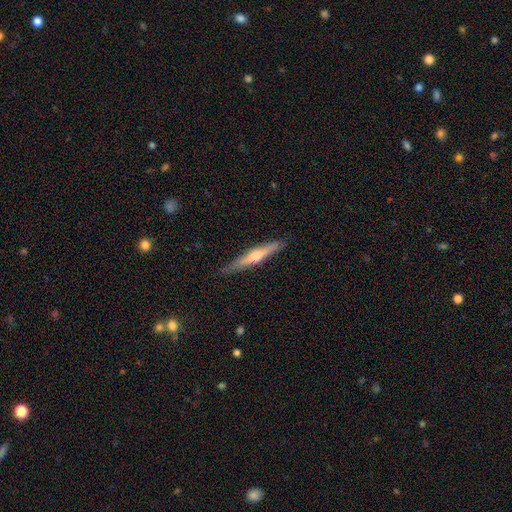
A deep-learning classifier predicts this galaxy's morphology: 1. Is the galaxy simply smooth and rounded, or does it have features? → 59% featured or disk, 35% smooth, 6% star or artifact.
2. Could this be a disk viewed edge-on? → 96% yes, 4% no.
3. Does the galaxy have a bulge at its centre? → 83% rounded, 13% none, 4% boxy.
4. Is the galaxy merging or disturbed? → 87% none, 10% minor disturbance, 2% major disturbance, 1% merger.